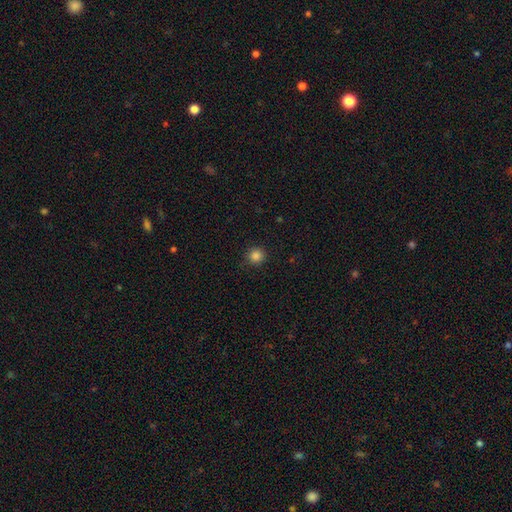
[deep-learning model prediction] A smooth galaxy with no disk features (85%) that is round (94%). Merging: none (90%).